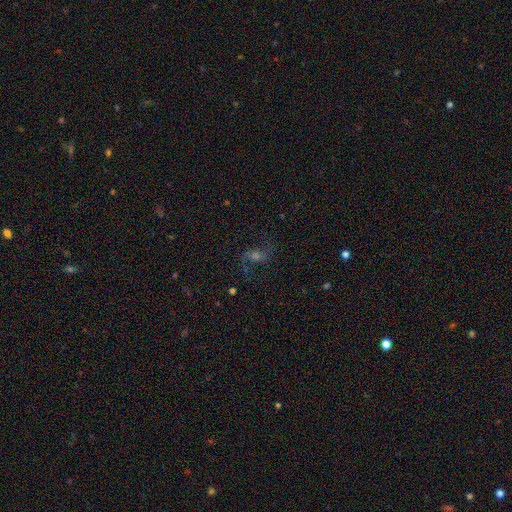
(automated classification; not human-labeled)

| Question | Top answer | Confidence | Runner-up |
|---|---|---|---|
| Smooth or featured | featured or disk | 69% | star or artifact (18%) |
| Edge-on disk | no | 96% | yes (4%) |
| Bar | no | 49% | weak (39%) |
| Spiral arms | yes | 94% | no (6%) |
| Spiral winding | loose | 67% | medium (28%) |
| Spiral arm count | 2 | 92% | can't tell (2%) |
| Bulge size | moderate | 49% | small (26%) |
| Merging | none | 77% | minor disturbance (12%) |